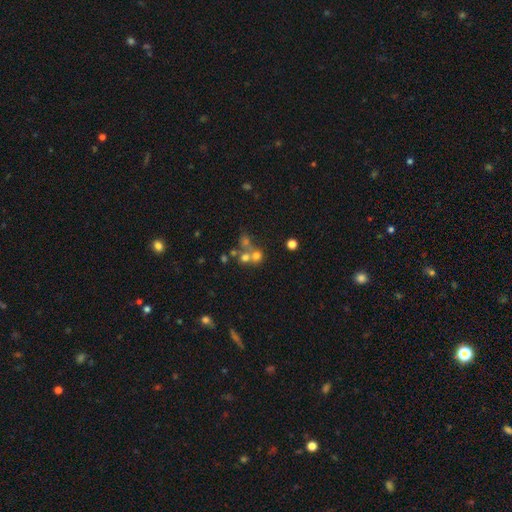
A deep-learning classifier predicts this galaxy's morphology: Overall: smooth (58%; star or artifact 21%). How rounded: round (85%). Merging: merger (46%; none 42%).